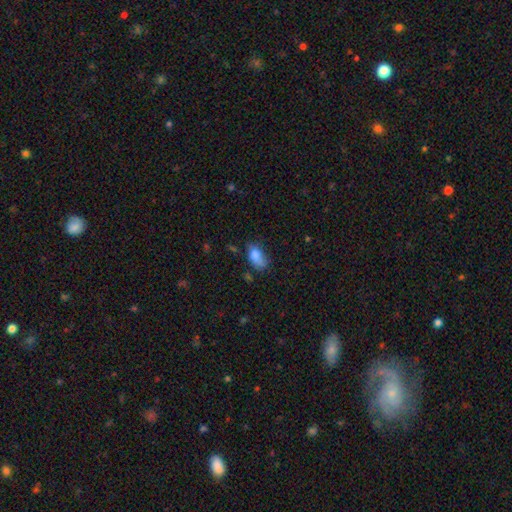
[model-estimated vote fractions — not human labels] Smooth or featured?
  - smooth: 81% *
  - featured or disk: 10%
  - star or artifact: 9%
How rounded?
  - in between: 89% *
  - round: 6%
  - cigar-shaped: 5%
Merging?
  - none: 49% *
  - minor disturbance: 35%
  - major disturbance: 13%
  - merger: 4%